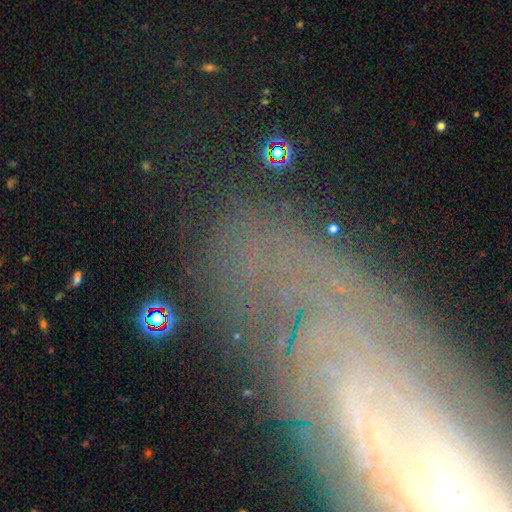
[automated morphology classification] type=featured or disk (41%); merging=none (74%).